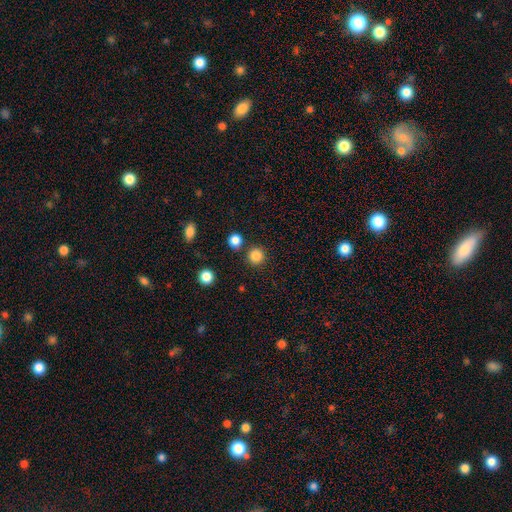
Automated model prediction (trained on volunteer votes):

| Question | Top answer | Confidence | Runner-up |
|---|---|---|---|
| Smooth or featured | smooth | 84% | star or artifact (12%) |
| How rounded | round | 95% | in between (4%) |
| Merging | none | 85% | merger (7%) |